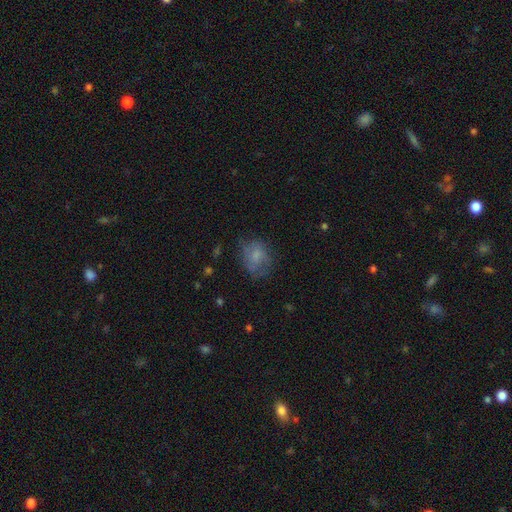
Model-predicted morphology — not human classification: This appears to be a smooth galaxy with no disk features (67%) that is round (50%). Merging: none (56%).